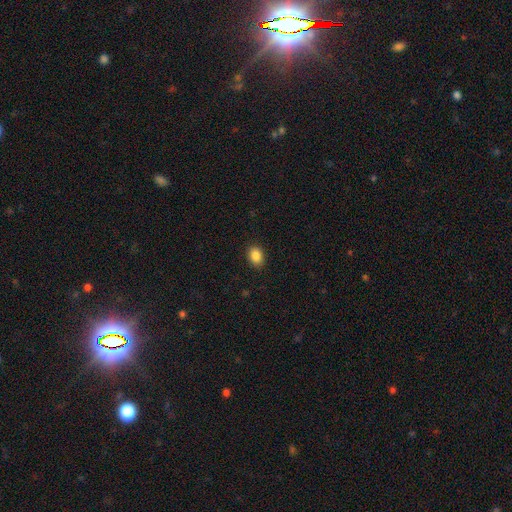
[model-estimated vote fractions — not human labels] This appears to be a smooth galaxy with no disk features (87%) that is in between round and cigar-shaped (71%). Merging: none (89%).